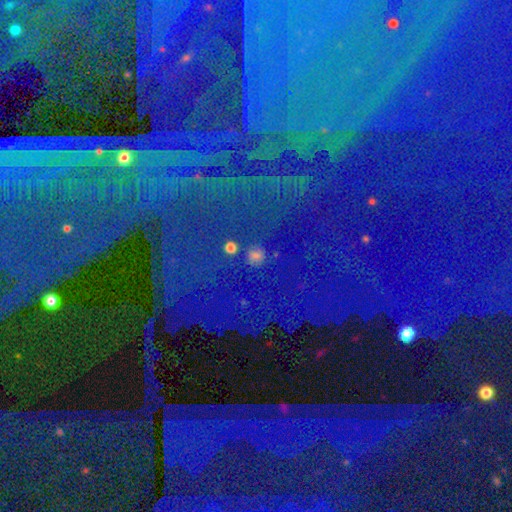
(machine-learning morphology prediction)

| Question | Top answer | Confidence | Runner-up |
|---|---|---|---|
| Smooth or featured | star or artifact | 62% | smooth (28%) |